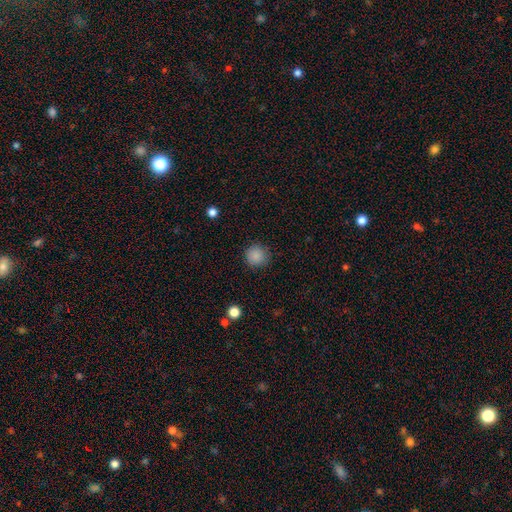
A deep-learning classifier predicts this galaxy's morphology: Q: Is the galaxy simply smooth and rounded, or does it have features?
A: smooth — 87%.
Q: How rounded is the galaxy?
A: round — 94%.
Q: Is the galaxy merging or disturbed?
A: none — 89%.